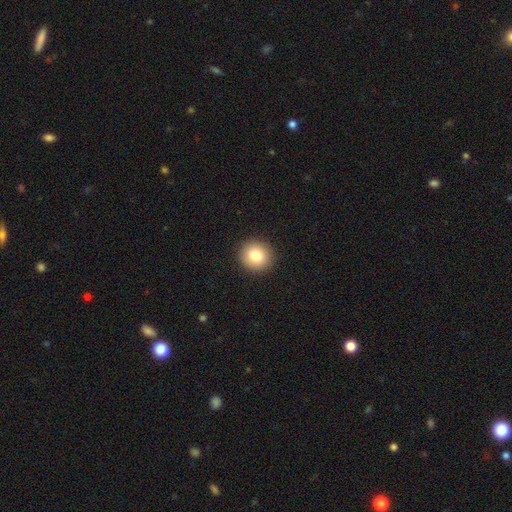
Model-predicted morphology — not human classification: Smooth or featured? Predicted: smooth (p=0.81). How rounded? Predicted: round (p=0.87). Merging? Predicted: none (p=0.92).